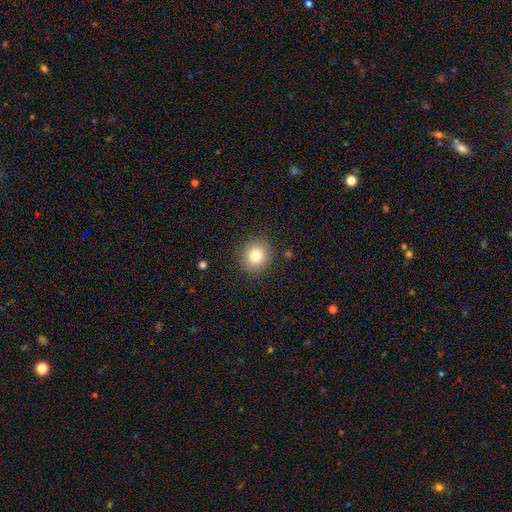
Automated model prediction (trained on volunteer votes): Overall: smooth (80%). How rounded: round (86%). Merging: none (89%).